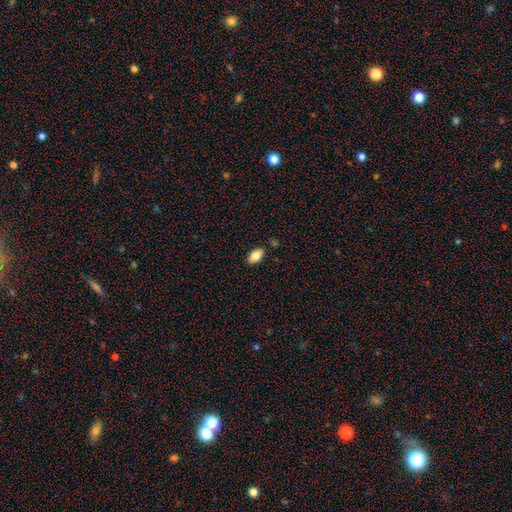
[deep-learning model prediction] smooth_or_featured: smooth (p=0.82) [alt: featured or disk p=0.10]
how_rounded: in between (p=0.92) [alt: round p=0.04]
merging: none (p=0.85) [alt: minor disturbance p=0.10]